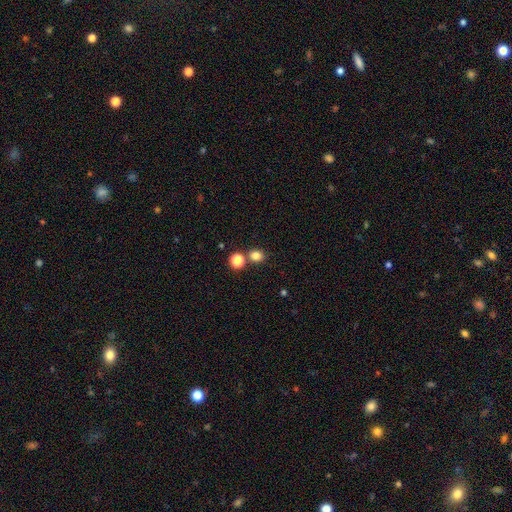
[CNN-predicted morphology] Smooth or featured: smooth — 81% (star or artifact — 14%)
How rounded: round — 73% (in between — 27%)
Merging: none — 74% (merger — 16%)